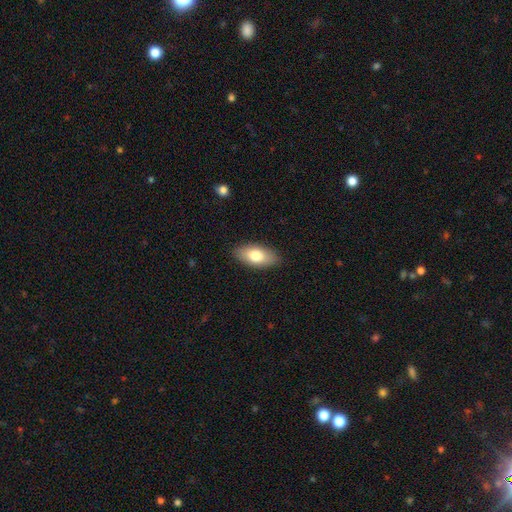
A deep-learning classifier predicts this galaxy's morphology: Smooth or featured? smooth (76%)
How rounded? in between (89%)
Merging? none (88%)